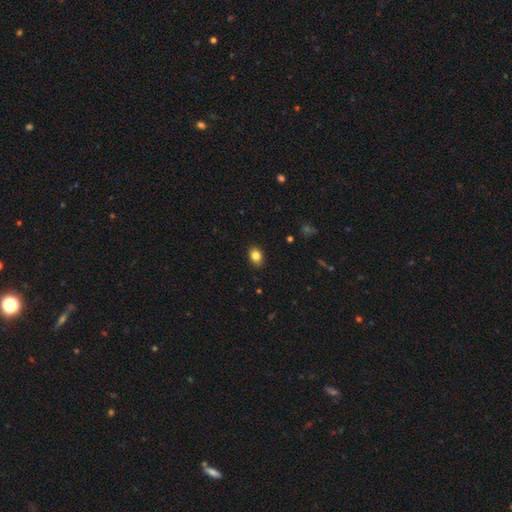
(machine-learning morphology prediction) This appears to be a smooth galaxy with no disk features (85%) that is in between round and cigar-shaped (65%). Merging: none (88%).